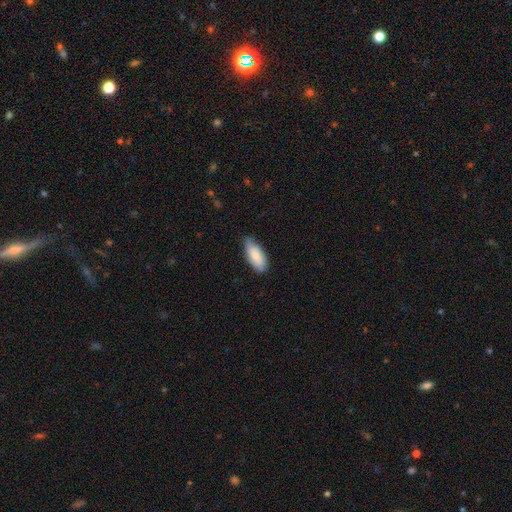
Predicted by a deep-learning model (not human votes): The model was most divided on "merging": none: 63%, minor disturbance: 31%, major disturbance: 5%, merger: 1%. More confident: how rounded — in between (86%); smooth or featured — smooth (76%).